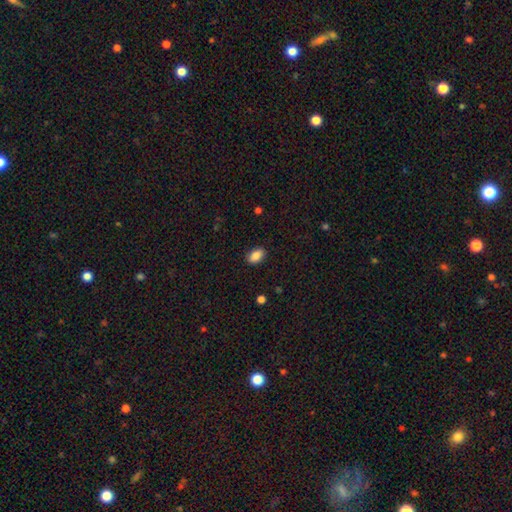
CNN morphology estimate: Smooth or featured? smooth (87%)
How rounded? in between (89%)
Merging? none (88%)